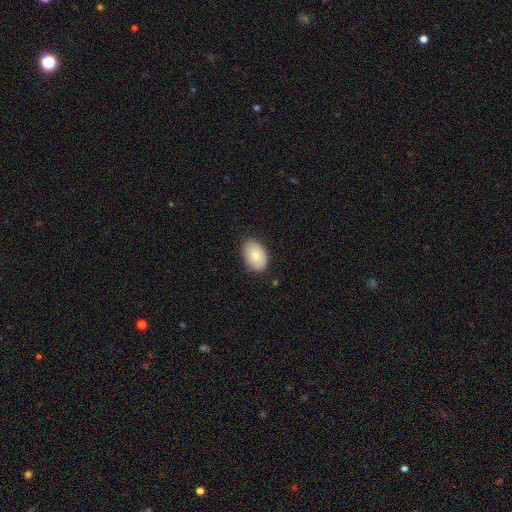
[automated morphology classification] The model was most divided on "merging": none: 83%, minor disturbance: 14%, major disturbance: 2%, merger: 1%. More confident: how rounded — in between (91%); smooth or featured — smooth (84%).